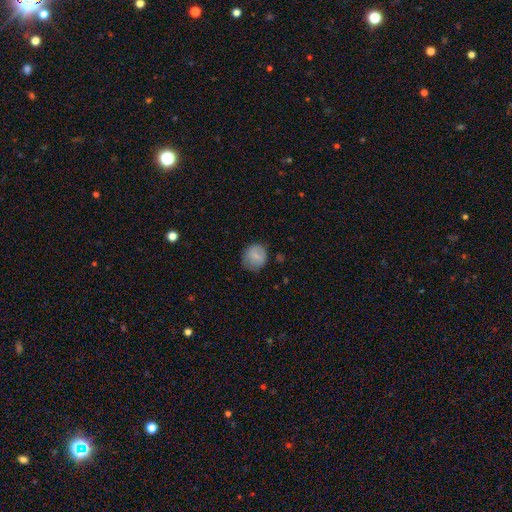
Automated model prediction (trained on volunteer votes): Morphology: type=smooth (76%); roundness=round (79%); merging=none (77%).